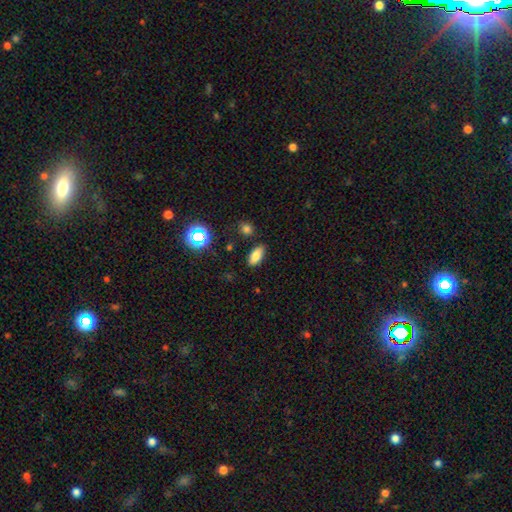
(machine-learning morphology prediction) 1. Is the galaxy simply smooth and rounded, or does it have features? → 77% smooth, 13% star or artifact, 9% featured or disk.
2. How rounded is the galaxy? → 84% in between, 12% cigar-shaped, 4% round.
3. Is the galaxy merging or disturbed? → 82% none, 12% minor disturbance, 3% merger, 3% major disturbance.